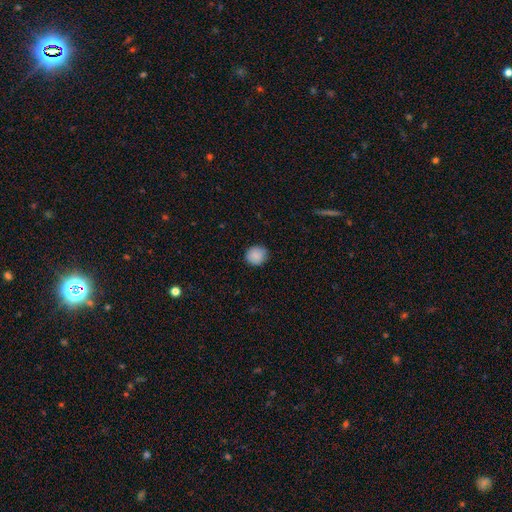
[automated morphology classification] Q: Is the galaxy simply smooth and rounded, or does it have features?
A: smooth — 88%.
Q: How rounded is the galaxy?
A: round — 87%.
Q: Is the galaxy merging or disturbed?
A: none — 85%.